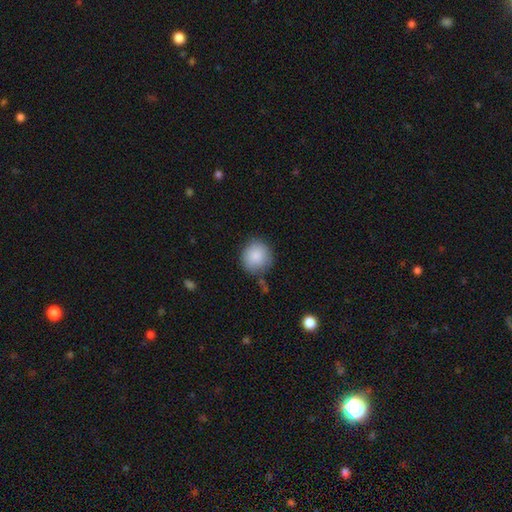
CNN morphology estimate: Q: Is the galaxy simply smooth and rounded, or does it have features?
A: smooth — 88%.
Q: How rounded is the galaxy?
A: round — 91%.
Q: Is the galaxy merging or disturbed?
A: none — 78%.